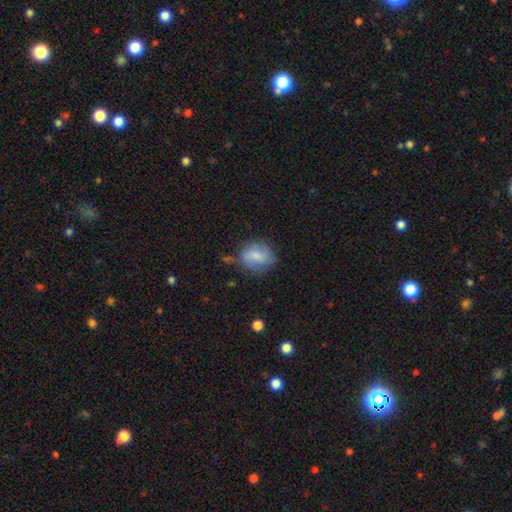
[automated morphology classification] Smooth or featured: smooth — 69% (featured or disk — 23%)
How rounded: round — 61% (in between — 37%)
Merging: none — 55% (minor disturbance — 28%)